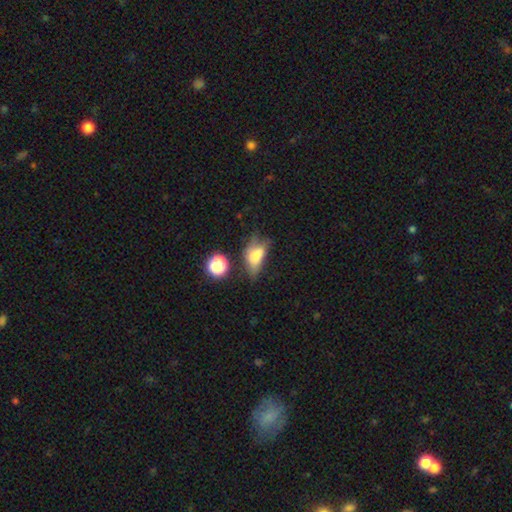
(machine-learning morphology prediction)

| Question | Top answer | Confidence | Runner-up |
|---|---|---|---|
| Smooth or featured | smooth | 61% | featured or disk (26%) |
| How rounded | in between | 81% | round (11%) |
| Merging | minor disturbance | 31% | tied: major disturbance (31%) |